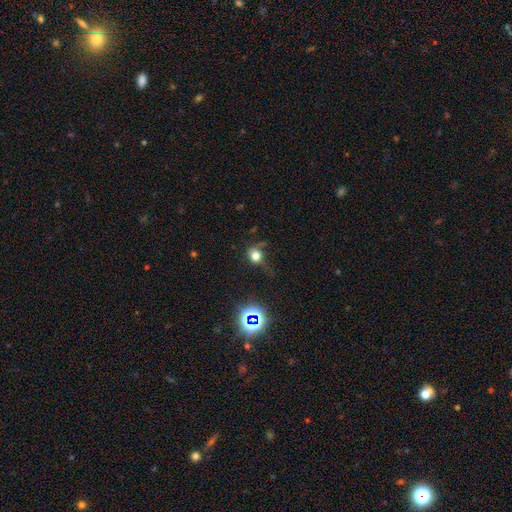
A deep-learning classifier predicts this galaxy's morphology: Smooth or featured: smooth — 70% (star or artifact — 20%)
How rounded: round — 71% (in between — 28%)
Merging: none — 45% (minor disturbance — 28%)